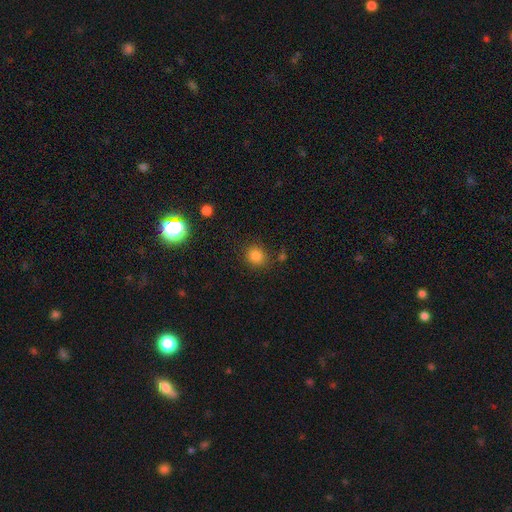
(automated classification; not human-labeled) Q: Smooth or featured?
A: smooth (84%); runner-up: star or artifact (12%)
Q: How rounded?
A: round (78%); runner-up: in between (21%)
Q: Merging?
A: none (82%); runner-up: minor disturbance (11%)